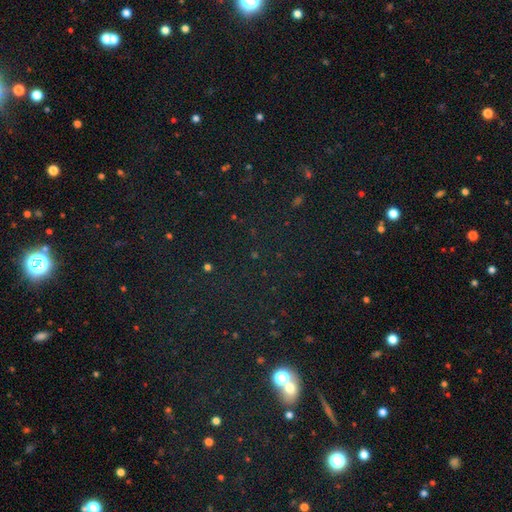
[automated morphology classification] smooth-or-featured: star or artifact: 72% | smooth: 19% | featured or disk: 9%